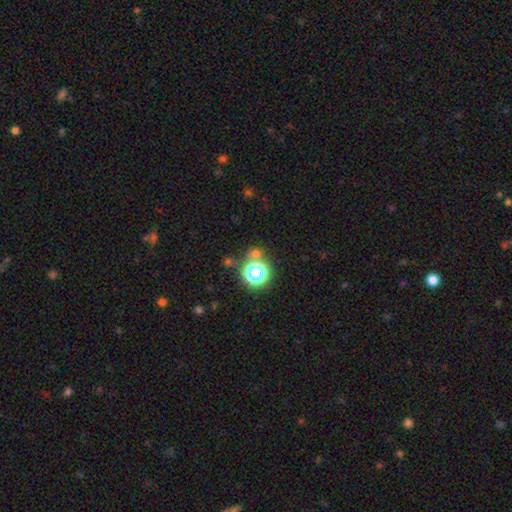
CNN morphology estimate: Smooth or featured: smooth — 46% (tied with star or artifact — 46%)
Merging: none — 72% (merger — 15%)